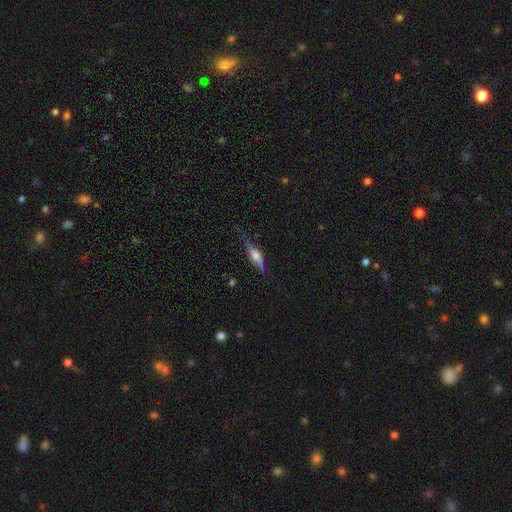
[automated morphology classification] smooth_or_featured: featured or disk (p=0.60) [alt: smooth p=0.32]
disk_edge_on: yes (p=0.95) [alt: no p=0.05]
edge_on_bulge: rounded (p=0.85) [alt: boxy p=0.12]
merging: none (p=0.75) [alt: minor disturbance p=0.18]